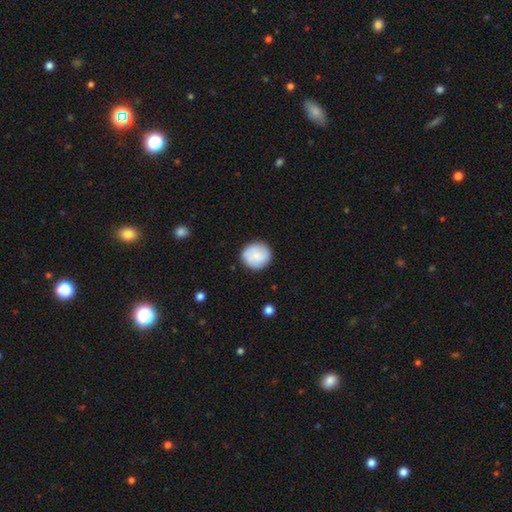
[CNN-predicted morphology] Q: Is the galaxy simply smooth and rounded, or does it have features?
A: smooth — 77%.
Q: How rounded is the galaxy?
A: round — 90%.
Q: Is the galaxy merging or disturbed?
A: none — 85%.